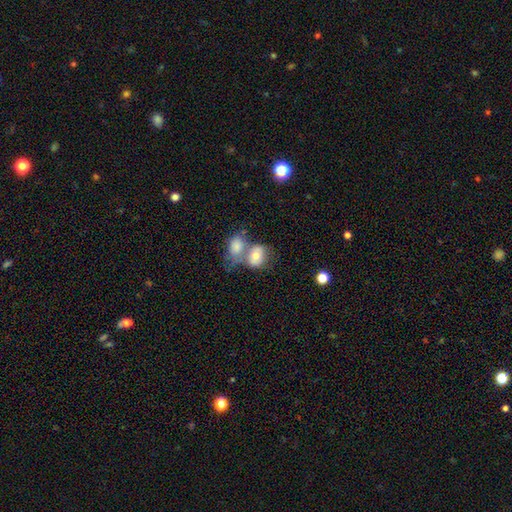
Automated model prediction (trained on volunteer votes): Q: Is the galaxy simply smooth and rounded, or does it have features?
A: smooth — 70%.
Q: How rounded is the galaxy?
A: in between — 55%.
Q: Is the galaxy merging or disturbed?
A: merger — 56%.